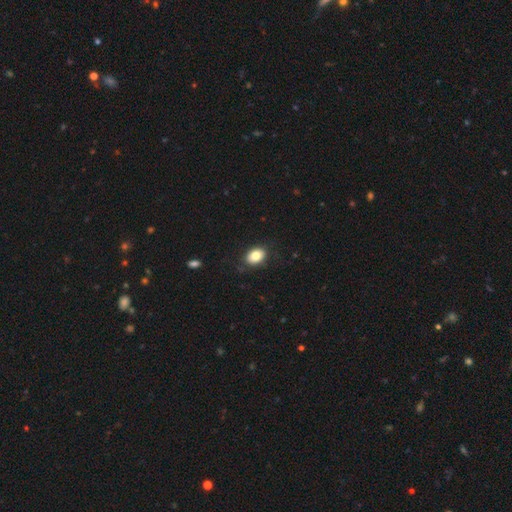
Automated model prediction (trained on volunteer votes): smooth 82%, featured or disk 9%, star or artifact 8%. Down the decision tree: how rounded — in between (79%); merging — none (83%).